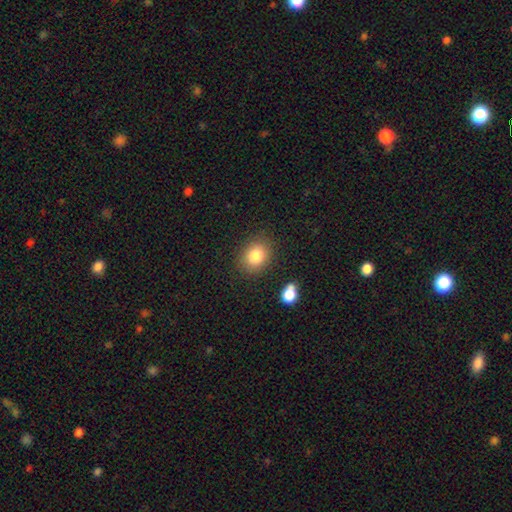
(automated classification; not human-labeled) This appears to be a smooth galaxy with no disk features (83%) that is round (52%). Merging: none (83%).